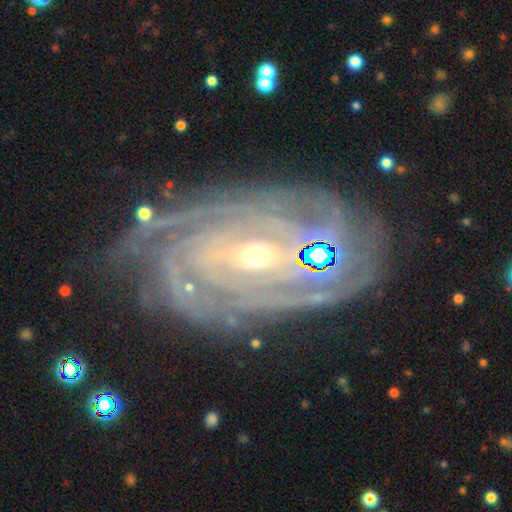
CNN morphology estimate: This appears to be a featured or disk galaxy (89%) with a weak bar (39%), tight (79%) spiral arms (97%) and a small central bulge (57%). Merging: none (70%).